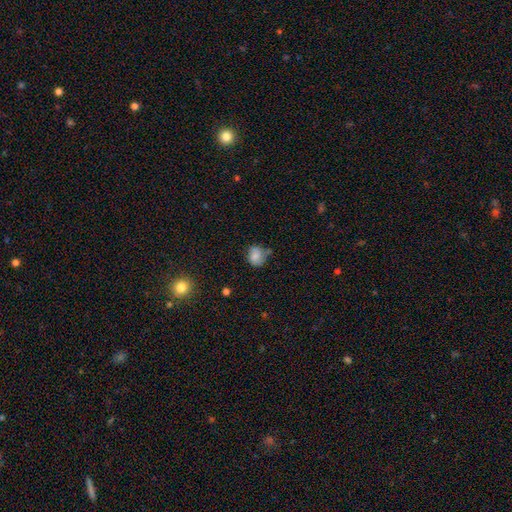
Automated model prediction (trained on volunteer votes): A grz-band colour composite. It shows a smooth galaxy with no disk features (71%) that is round (64%). Merging: none (55%).